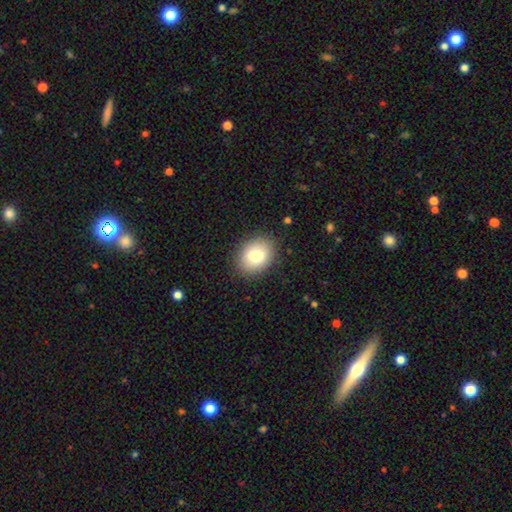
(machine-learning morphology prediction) Smooth or featured? smooth (80%)
How rounded? in between (54%)
Merging? none (87%)